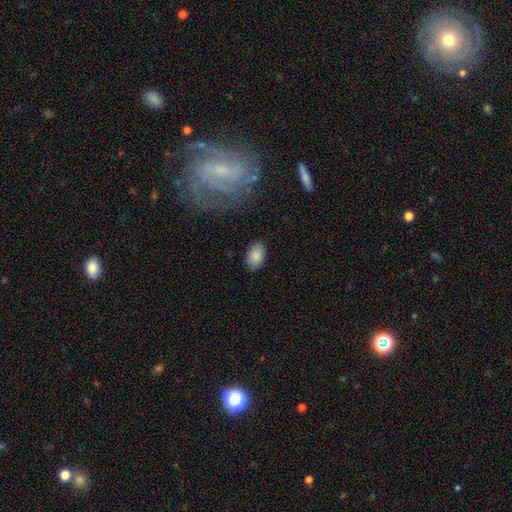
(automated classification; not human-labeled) Smooth or featured: smooth — 86% (star or artifact — 7%)
How rounded: in between — 89% (round — 10%)
Merging: none — 85% (minor disturbance — 12%)